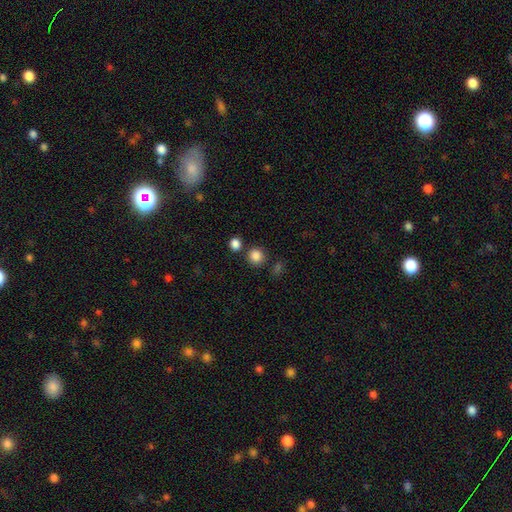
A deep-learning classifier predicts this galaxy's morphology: Smooth or featured?
  - smooth: 85% *
  - star or artifact: 11%
  - featured or disk: 4%
How rounded?
  - round: 91% *
  - in between: 8%
  - cigar-shaped: 1%
Merging?
  - none: 81% *
  - merger: 9%
  - minor disturbance: 7%
  - major disturbance: 3%